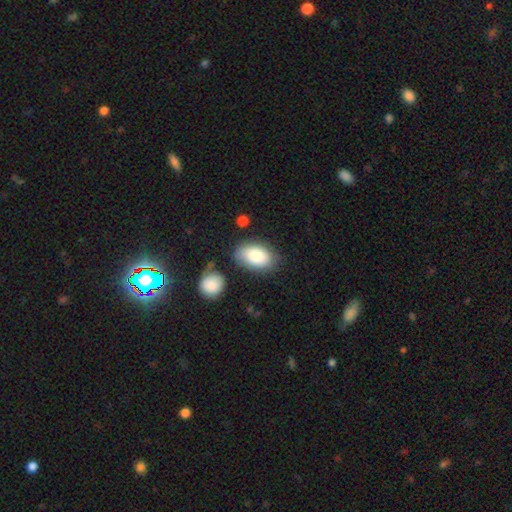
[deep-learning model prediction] Morphology: type=smooth (84%); roundness=in between (92%); merging=none (73%).